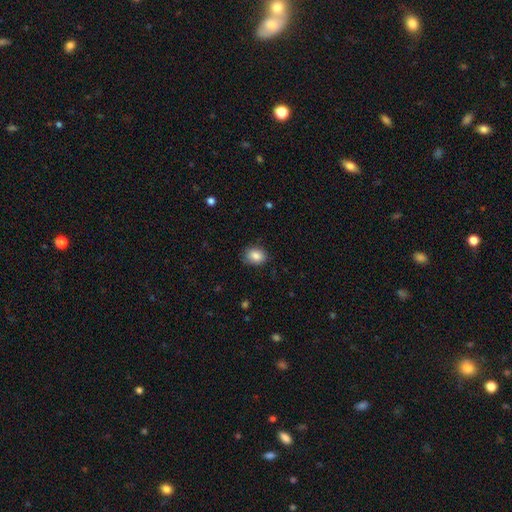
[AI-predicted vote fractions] smooth_or_featured: smooth (p=0.86) [alt: star or artifact p=0.09]
how_rounded: in between (p=0.62) [alt: round p=0.37]
merging: none (p=0.81) [alt: minor disturbance p=0.15]